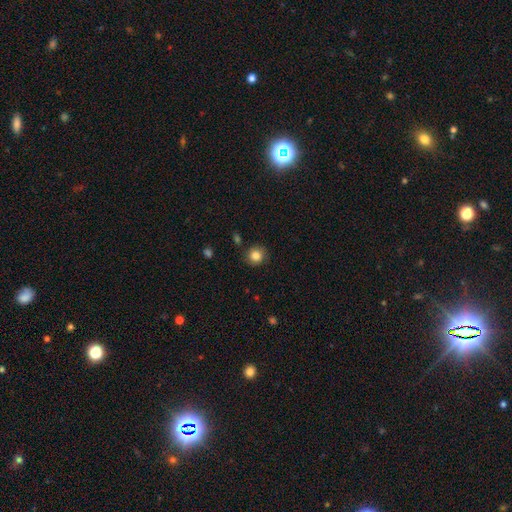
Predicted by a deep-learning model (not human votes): A smooth galaxy with no disk features (84%) that is round (89%).

Vote fractions:
- Smooth or featured? smooth: 84% / star or artifact: 10% / featured or disk: 6%
- How rounded? round: 89% / in between: 10% / cigar-shaped: 1%
- Merging? none: 86% / minor disturbance: 9% / major disturbance: 2% / merger: 2%